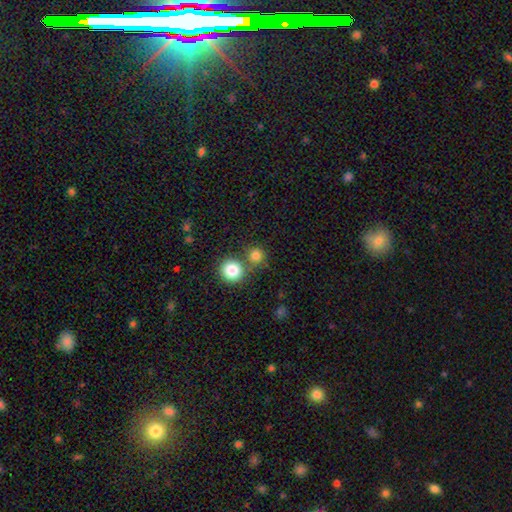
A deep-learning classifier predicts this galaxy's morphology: Smooth or featured: smooth — 82% (star or artifact — 12%)
How rounded: round — 90% (in between — 9%)
Merging: none — 61% (merger — 29%)